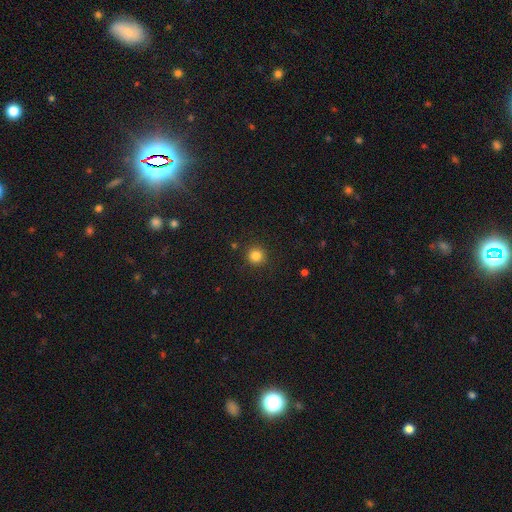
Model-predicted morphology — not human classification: Smooth or featured?
  - smooth: 84% *
  - star or artifact: 12%
  - featured or disk: 5%
How rounded?
  - round: 94% *
  - in between: 5%
  - cigar-shaped: 1%
Merging?
  - none: 90% *
  - minor disturbance: 6%
  - major disturbance: 2%
  - merger: 1%